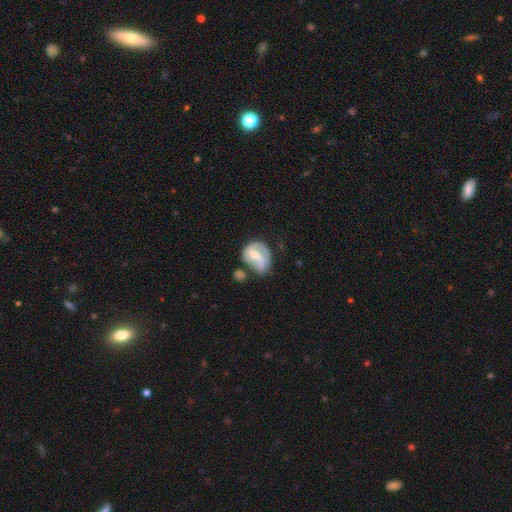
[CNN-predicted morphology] A featured or disk galaxy (66%) with a weak bar (46%), 2 (64%) medium (43%) spiral arms (81%) and a moderate central bulge (50%). Merging: none (38%).